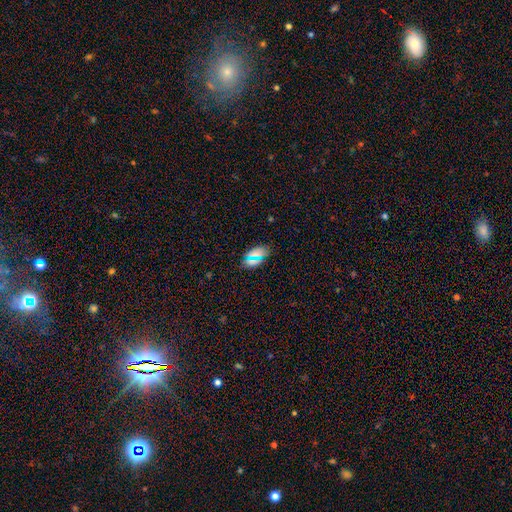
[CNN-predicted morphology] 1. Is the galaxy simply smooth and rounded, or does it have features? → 74% smooth, 18% star or artifact, 8% featured or disk.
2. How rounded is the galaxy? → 86% in between, 7% cigar-shaped, 6% round.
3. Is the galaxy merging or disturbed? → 83% none, 11% minor disturbance, 3% major disturbance, 2% merger.